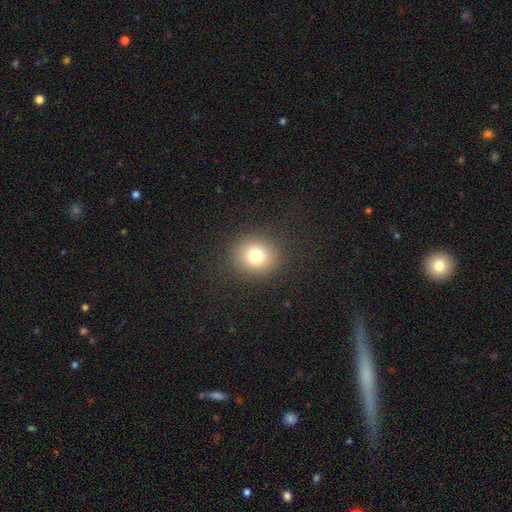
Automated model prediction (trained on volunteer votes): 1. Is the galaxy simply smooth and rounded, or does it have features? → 77% smooth, 13% star or artifact, 9% featured or disk.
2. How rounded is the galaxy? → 88% round, 11% in between, 1% cigar-shaped.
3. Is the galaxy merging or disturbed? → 90% none, 6% minor disturbance, 3% major disturbance, 1% merger.